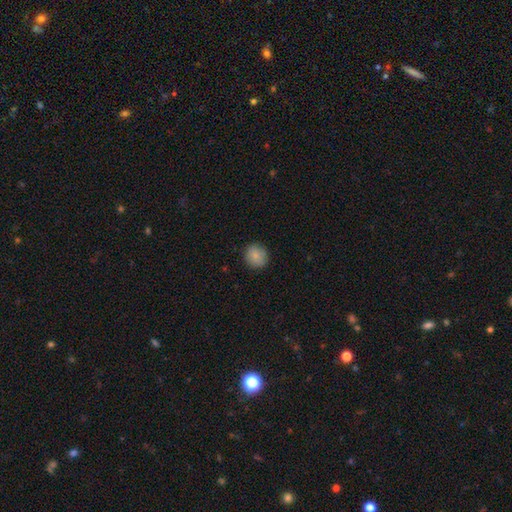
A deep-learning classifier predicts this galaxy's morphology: Smooth or featured? smooth (85%)
How rounded? round (86%)
Merging? none (87%)